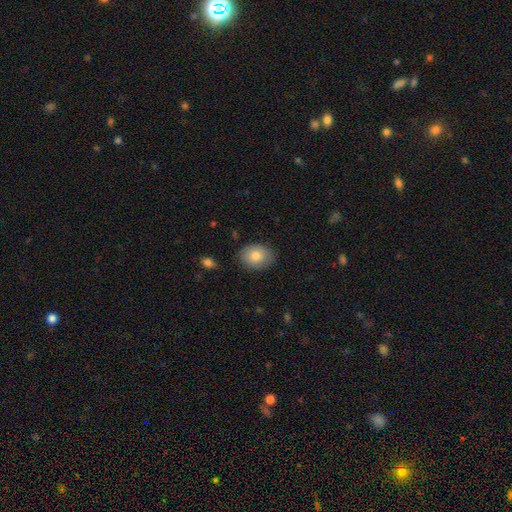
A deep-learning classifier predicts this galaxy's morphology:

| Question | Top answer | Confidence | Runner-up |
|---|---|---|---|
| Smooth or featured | smooth | 82% | featured or disk (11%) |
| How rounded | in between | 61% | round (38%) |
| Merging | none | 85% | minor disturbance (11%) |